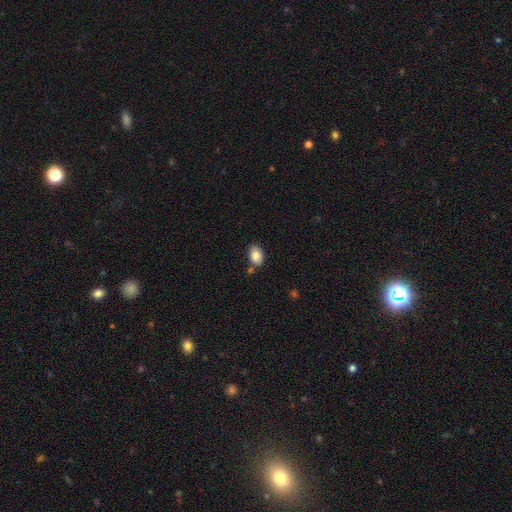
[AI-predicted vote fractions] The model was most divided on "merging": none: 76%, minor disturbance: 14%, merger: 8%, major disturbance: 3%. More confident: how rounded — in between (86%); smooth or featured — smooth (84%).